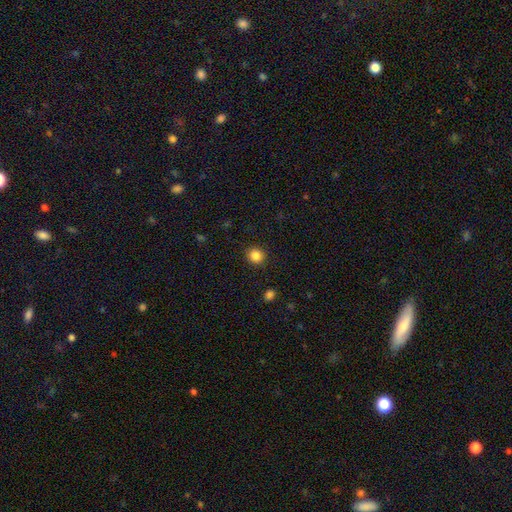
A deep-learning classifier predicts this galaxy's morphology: Q: Smooth or featured?
A: smooth (85%); runner-up: star or artifact (11%)
Q: How rounded?
A: round (88%); runner-up: in between (11%)
Q: Merging?
A: none (92%); runner-up: minor disturbance (5%)